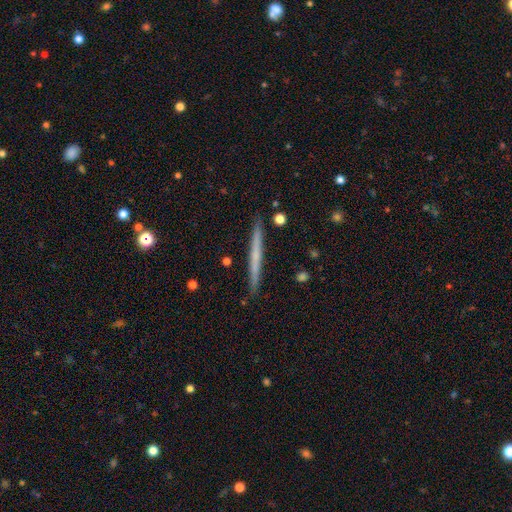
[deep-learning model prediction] Morphology: type=featured or disk (50%); edge-on=yes (98%); merging=none (91%).